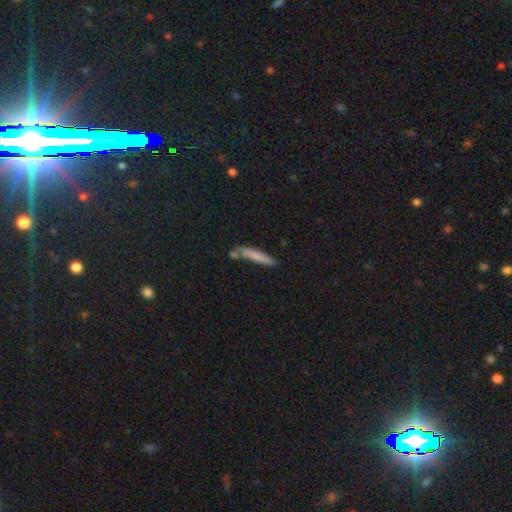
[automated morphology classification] The model was most divided on "smooth or featured": smooth: 74%, featured or disk: 19%, star or artifact: 7%. More confident: how rounded — cigar-shaped (92%); merging — none (71%).